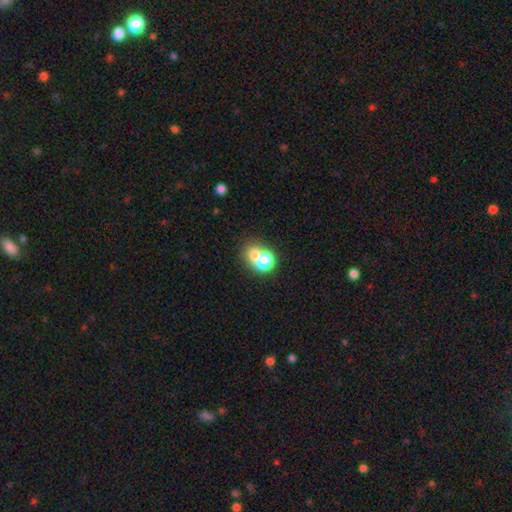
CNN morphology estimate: smooth-or-featured: smooth: 65% | featured or disk: 18% | star or artifact: 17%
  how-rounded: round: 66% | in between: 33% | cigar-shaped: 1%
  merging: merger: 53% | none: 35% | minor disturbance: 7% | major disturbance: 5%